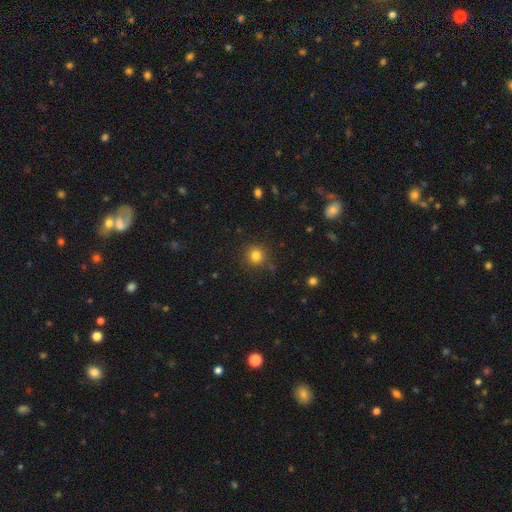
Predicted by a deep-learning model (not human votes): A smooth galaxy with no disk features (81%) that is round (92%).

Vote fractions:
- Smooth or featured? smooth: 81% / star or artifact: 13% / featured or disk: 5%
- How rounded? round: 92% / in between: 7% / cigar-shaped: 1%
- Merging? none: 88% / minor disturbance: 8% / major disturbance: 3% / merger: 2%